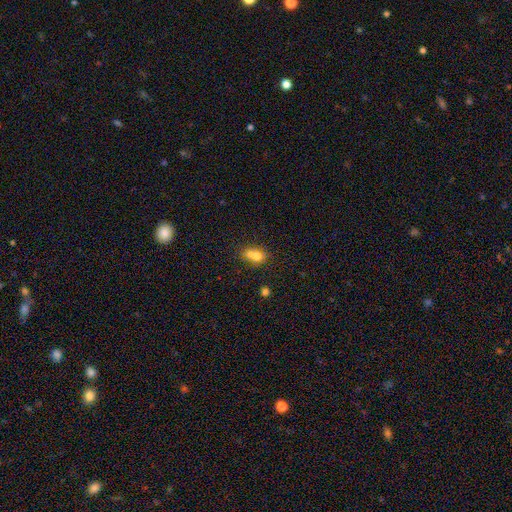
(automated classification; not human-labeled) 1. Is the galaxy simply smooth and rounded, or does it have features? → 69% smooth, 18% featured or disk, 13% star or artifact.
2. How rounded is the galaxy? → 51% round, 46% in between, 2% cigar-shaped.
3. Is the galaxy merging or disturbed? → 54% merger, 32% none, 10% minor disturbance, 4% major disturbance.